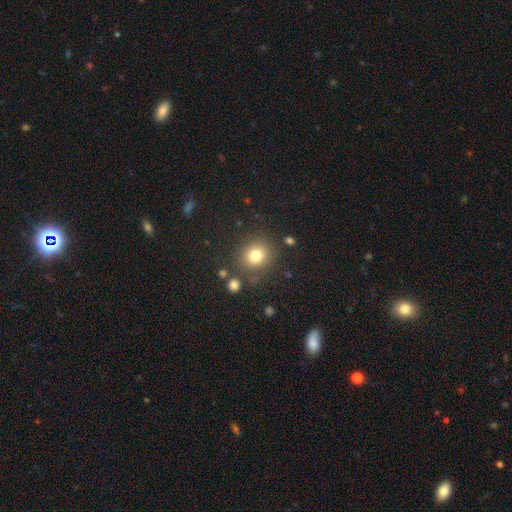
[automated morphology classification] A smooth galaxy with no disk features (78%) that is round (86%). Merging: none (83%).